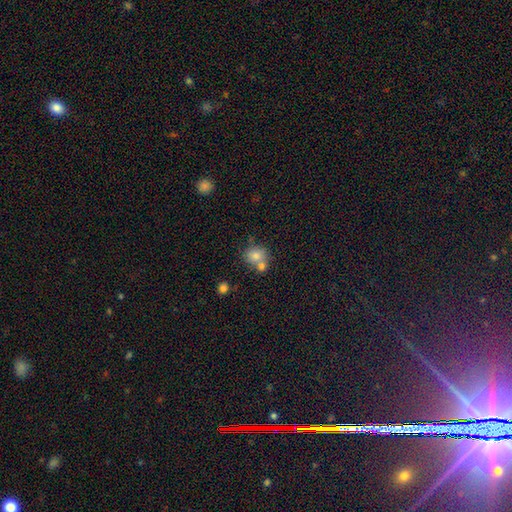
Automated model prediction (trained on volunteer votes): Q: Smooth or featured?
A: smooth (78%); runner-up: featured or disk (11%)
Q: How rounded?
A: round (75%); runner-up: in between (24%)
Q: Merging?
A: none (47%); runner-up: merger (38%)